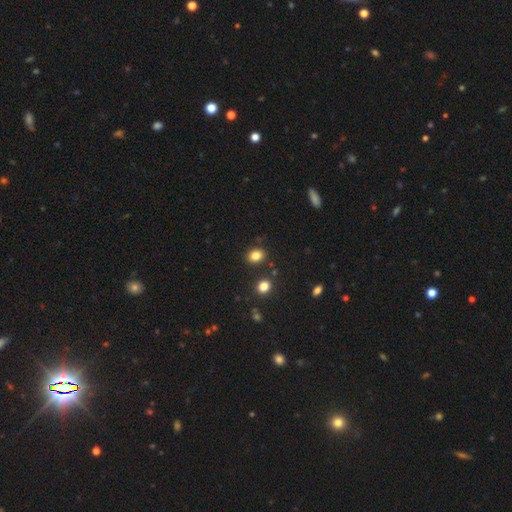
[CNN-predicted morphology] type=smooth (83%); roundness=in between (55%); merging=none (84%).